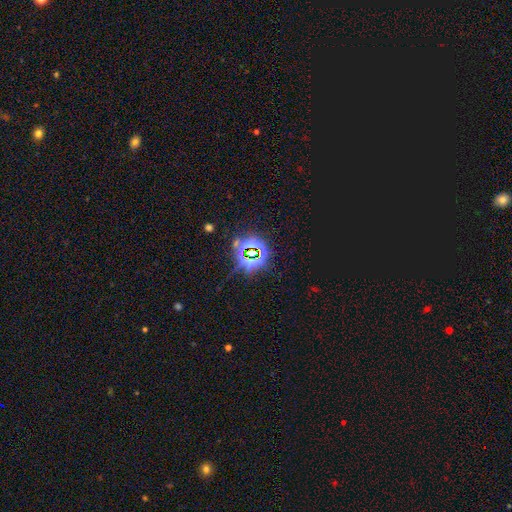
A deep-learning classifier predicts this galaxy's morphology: This is clearly a star or artifact rather than a galaxy (84%).